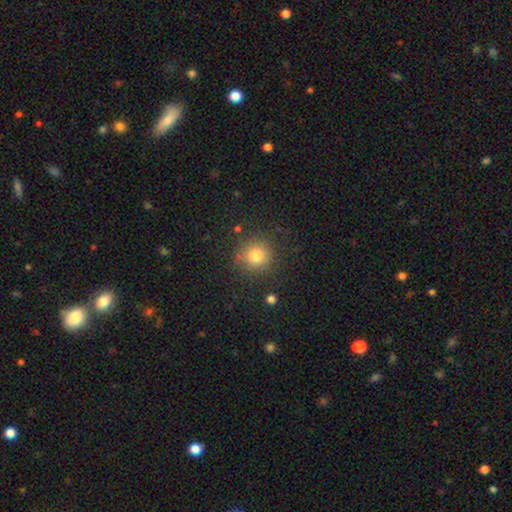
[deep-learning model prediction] The model was most divided on "smooth or featured": smooth: 79%, star or artifact: 13%, featured or disk: 8%. More confident: how rounded — round (91%); merging — none (84%).